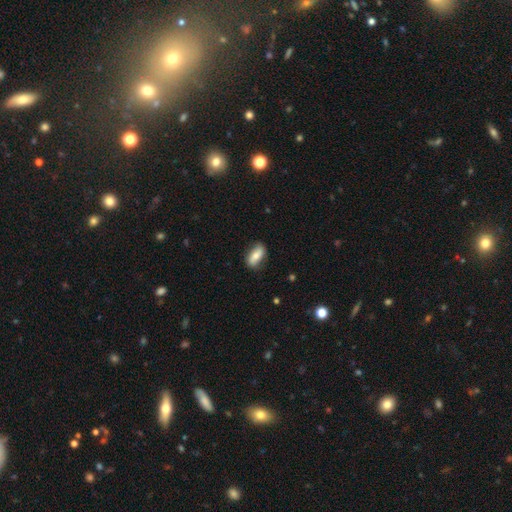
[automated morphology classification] Smooth or featured? Predicted: smooth (p=0.67). How rounded? Predicted: in between (p=0.86). Merging? Predicted: none (p=0.78).